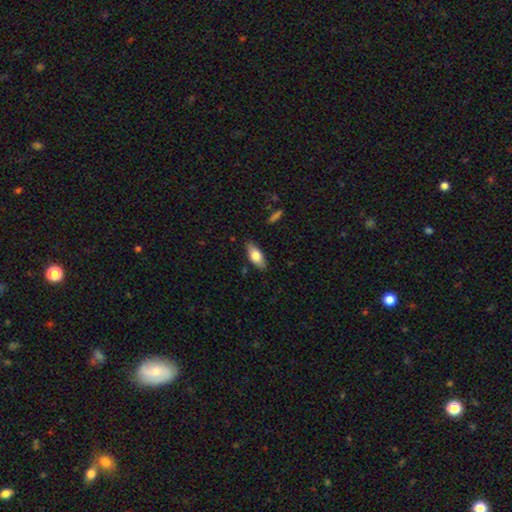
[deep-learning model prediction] A smooth galaxy with no disk features (75%) that is in between round and cigar-shaped (82%).

Vote fractions:
- Smooth or featured? smooth: 75% / featured or disk: 19% / star or artifact: 6%
- How rounded? in between: 82% / cigar-shaped: 15% / round: 3%
- Merging? none: 84% / minor disturbance: 13% / major disturbance: 2% / merger: 1%